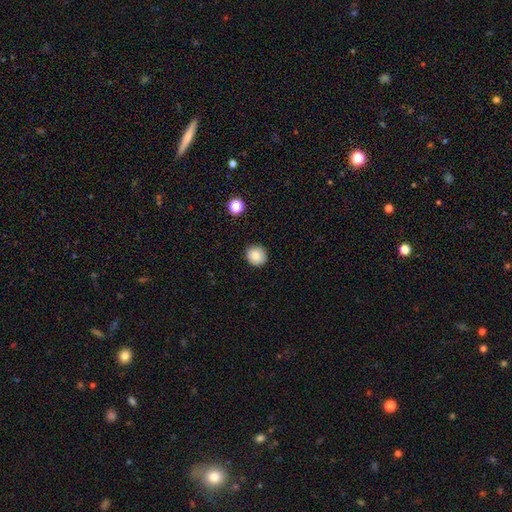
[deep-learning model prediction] smooth 82%, star or artifact 9%, featured or disk 8%. Down the decision tree: how rounded — round (92%); merging — none (91%).